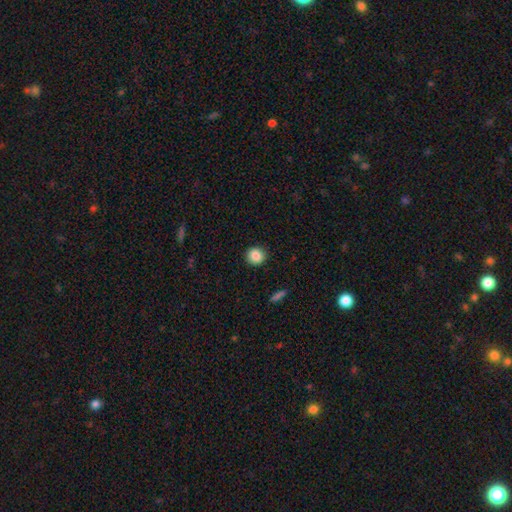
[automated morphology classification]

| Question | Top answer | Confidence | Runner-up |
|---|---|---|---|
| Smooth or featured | smooth | 87% | star or artifact (9%) |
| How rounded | round | 90% | in between (9%) |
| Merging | none | 90% | minor disturbance (7%) |